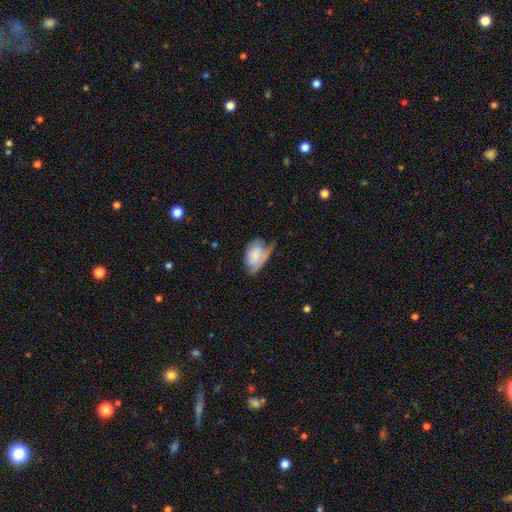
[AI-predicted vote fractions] smooth_or_featured: smooth (p=0.60) [alt: featured or disk p=0.33]
how_rounded: in between (p=0.89) [alt: round p=0.09]
merging: minor disturbance (p=0.39) [alt: none p=0.32]